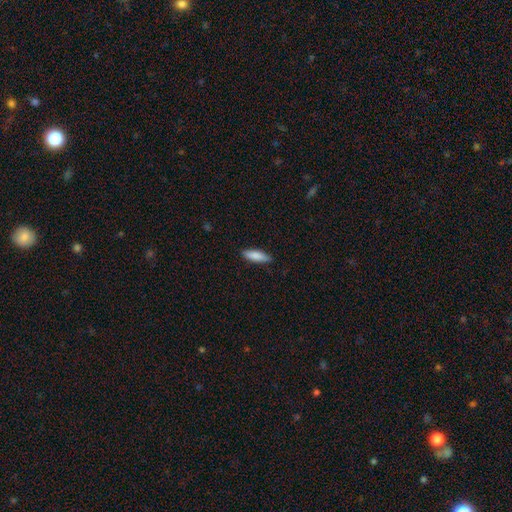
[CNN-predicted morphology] Smooth or featured? smooth (85%)
How rounded? cigar-shaped (56%)
Merging? none (87%)